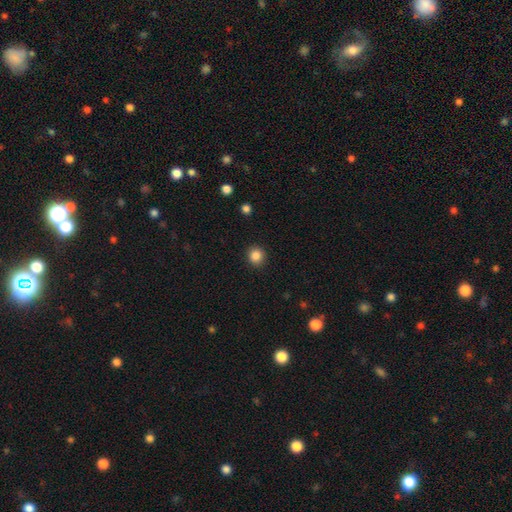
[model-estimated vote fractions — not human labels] Smooth or featured? Predicted: smooth (p=0.86). How rounded? Predicted: round (p=0.92). Merging? Predicted: none (p=0.91).